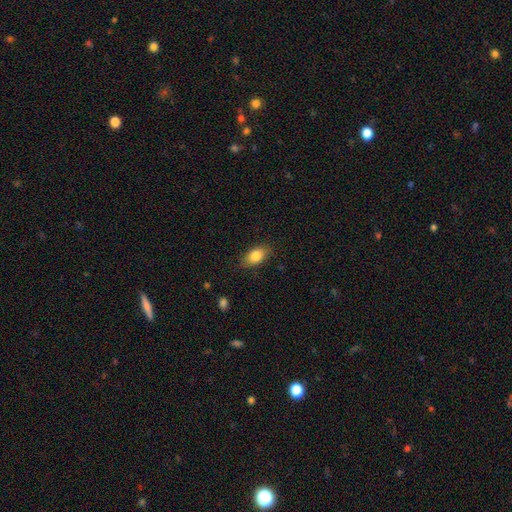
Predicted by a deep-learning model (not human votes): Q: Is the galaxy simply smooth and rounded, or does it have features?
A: smooth — 83%.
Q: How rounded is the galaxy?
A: in between — 88%.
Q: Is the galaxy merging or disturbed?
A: none — 83%.